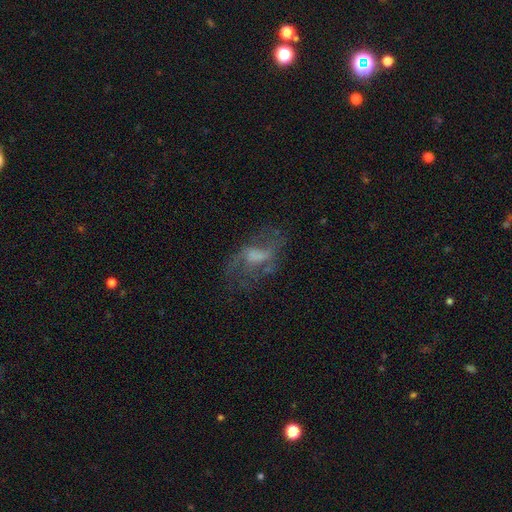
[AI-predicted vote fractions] A featured or disk galaxy (64%) with a weak bar (44%), spiral arms (67%) and no central bulge (34%). Merging: none (52%).